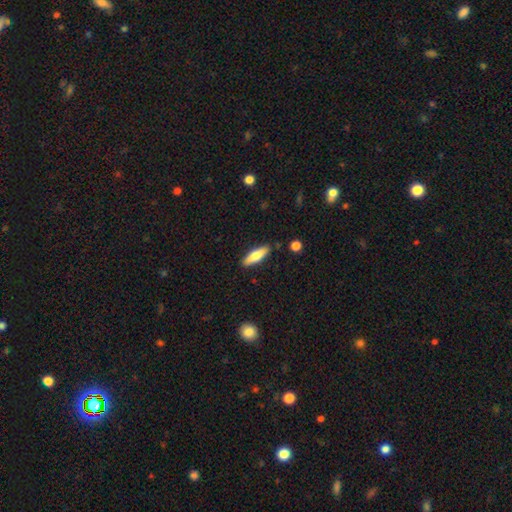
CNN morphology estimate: This is likely a smooth galaxy (66%). How rounded: likely cigar-shaped (62%). Merging: clearly none (88%).